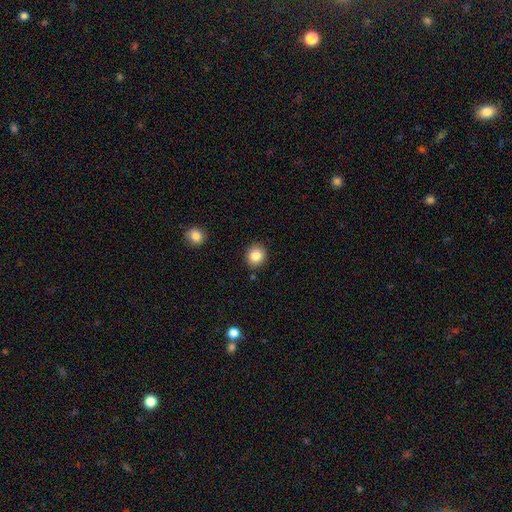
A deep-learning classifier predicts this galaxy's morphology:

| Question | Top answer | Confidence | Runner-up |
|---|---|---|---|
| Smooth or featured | smooth | 84% | star or artifact (10%) |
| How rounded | round | 83% | in between (16%) |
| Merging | none | 89% | minor disturbance (7%) |